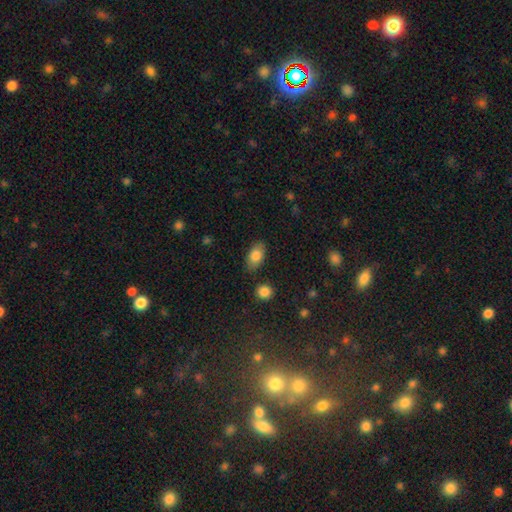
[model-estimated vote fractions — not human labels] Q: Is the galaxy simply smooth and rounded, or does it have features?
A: smooth — 82%.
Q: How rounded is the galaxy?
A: in between — 91%.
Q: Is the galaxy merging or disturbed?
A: none — 83%.